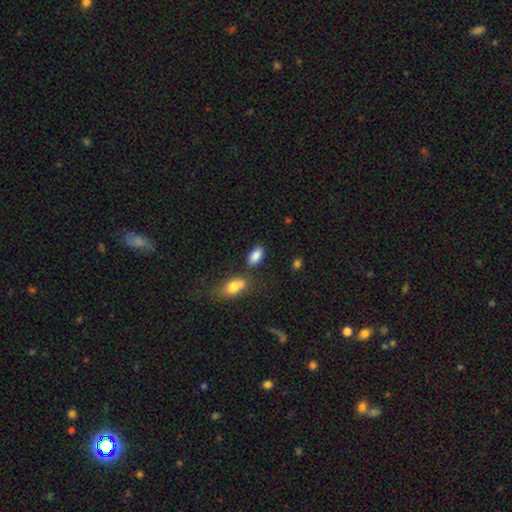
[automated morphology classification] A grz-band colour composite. It shows a smooth galaxy with no disk features (86%) that is in between round and cigar-shaped (91%). Merging: none (67%).